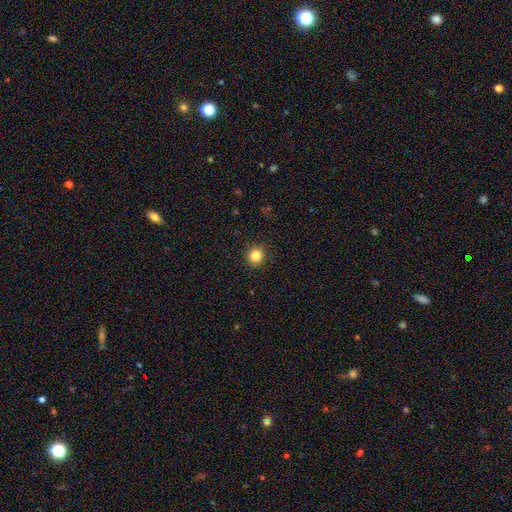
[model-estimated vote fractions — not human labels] Q: Smooth or featured?
A: smooth (84%); runner-up: star or artifact (11%)
Q: How rounded?
A: round (90%); runner-up: in between (9%)
Q: Merging?
A: none (91%); runner-up: minor disturbance (6%)